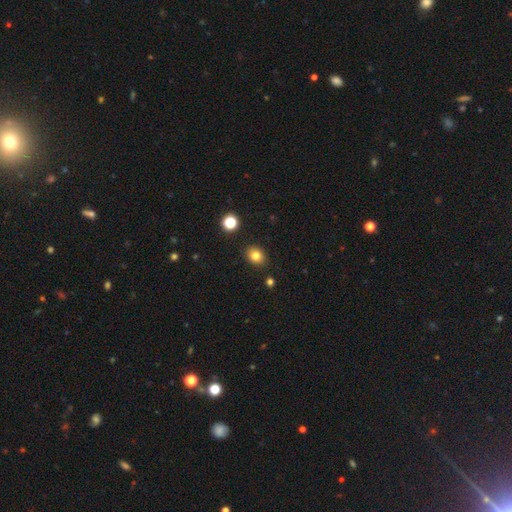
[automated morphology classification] smooth 80%, star or artifact 12%, featured or disk 8%. Down the decision tree: how rounded — round (50%); merging — none (86%).